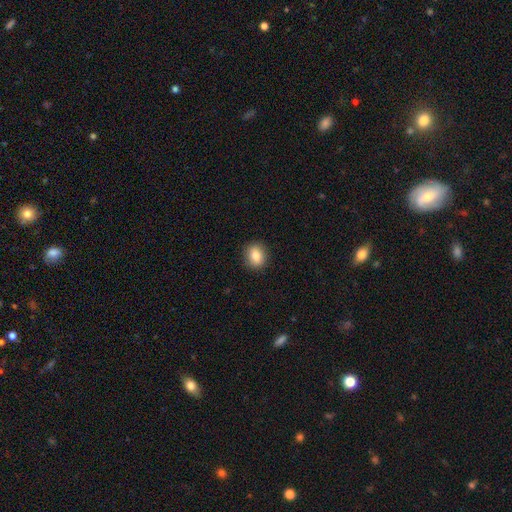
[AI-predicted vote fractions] This appears to be a smooth galaxy with no disk features (85%) that is round (57%). Merging: none (89%).